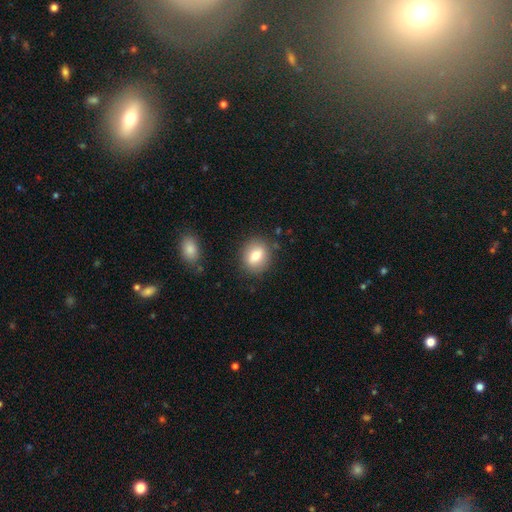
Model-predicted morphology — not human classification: Smooth or featured? smooth (78%)
How rounded? round (53%)
Merging? none (84%)